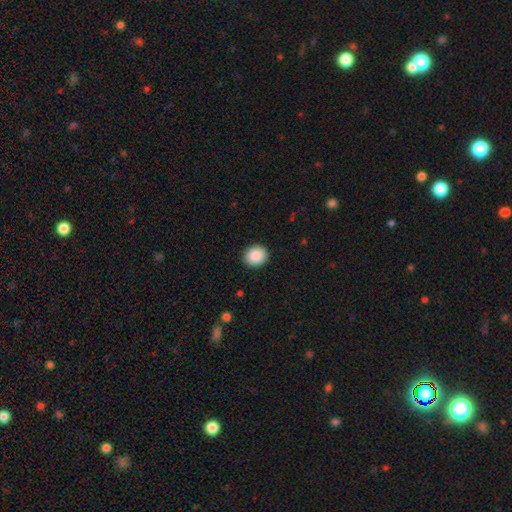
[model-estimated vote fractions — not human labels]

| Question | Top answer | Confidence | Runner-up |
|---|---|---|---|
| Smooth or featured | smooth | 90% | star or artifact (7%) |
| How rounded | round | 73% | in between (26%) |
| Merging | none | 91% | minor disturbance (6%) |